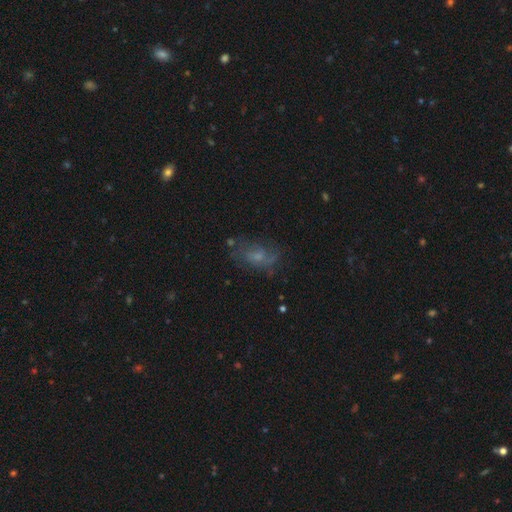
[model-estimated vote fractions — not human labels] featured or disk 38%, smooth 37%, star or artifact 24%. Down the decision tree: merging — none (66%).